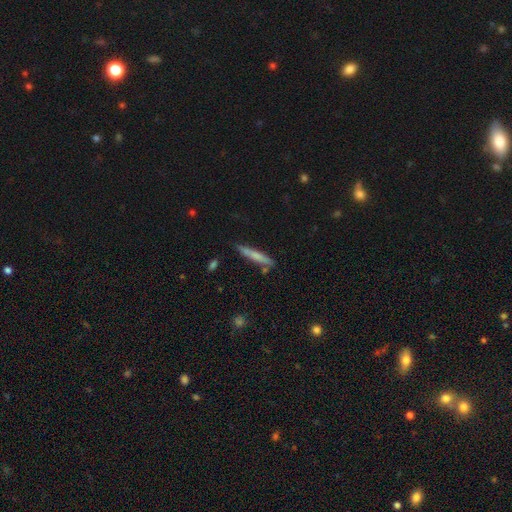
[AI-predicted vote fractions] Smooth or featured?
  - smooth: 64% *
  - featured or disk: 30%
  - star or artifact: 6%
How rounded?
  - cigar-shaped: 93% *
  - in between: 5%
  - round: 2%
Merging?
  - none: 79% *
  - minor disturbance: 14%
  - merger: 4%
  - major disturbance: 3%